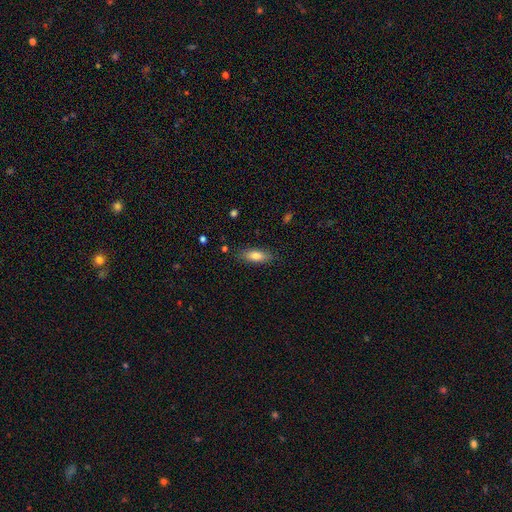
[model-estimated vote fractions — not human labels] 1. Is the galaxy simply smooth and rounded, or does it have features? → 81% smooth, 12% featured or disk, 7% star or artifact.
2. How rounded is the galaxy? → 72% in between, 25% cigar-shaped, 2% round.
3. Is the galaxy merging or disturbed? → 84% none, 12% minor disturbance, 3% major disturbance, 1% merger.